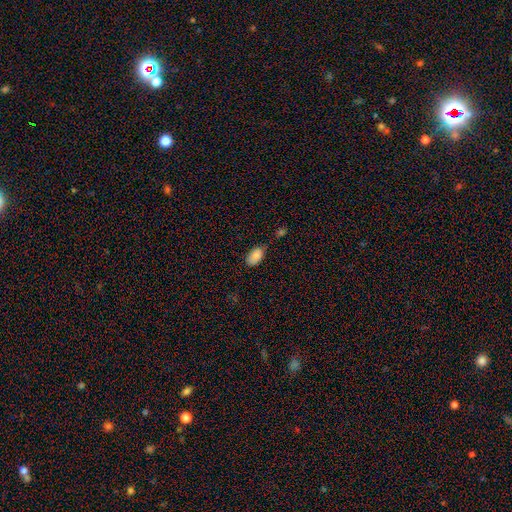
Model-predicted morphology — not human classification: Smooth or featured? Predicted: smooth (p=0.87). How rounded? Predicted: in between (p=0.94). Merging? Predicted: none (p=0.60).